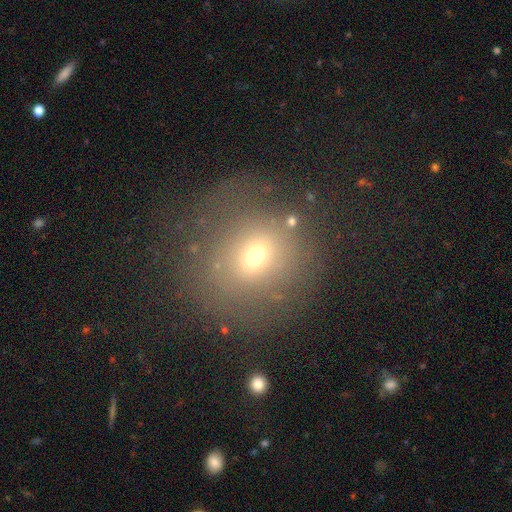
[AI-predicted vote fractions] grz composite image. It shows a smooth galaxy with no disk features (61%) that is round (81%). Merging: none (69%).